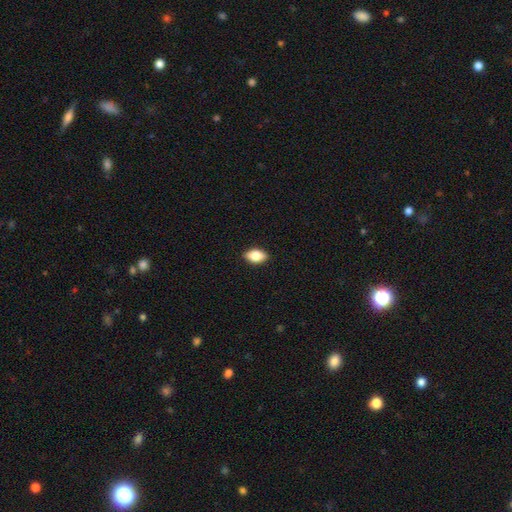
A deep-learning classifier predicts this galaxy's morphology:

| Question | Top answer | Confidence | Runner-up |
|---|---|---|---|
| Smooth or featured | smooth | 82% | featured or disk (11%) |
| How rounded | in between | 89% | round (7%) |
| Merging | none | 89% | minor disturbance (8%) |